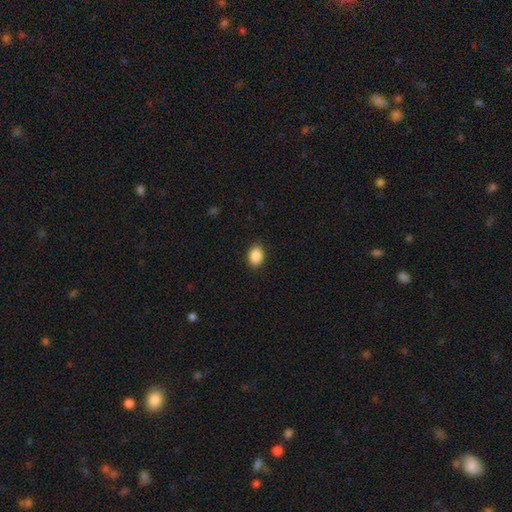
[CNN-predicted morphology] The model was most divided on "how rounded": in between: 75%, round: 24%, cigar-shaped: 1%. More confident: smooth or featured — smooth (89%); merging — none (89%).